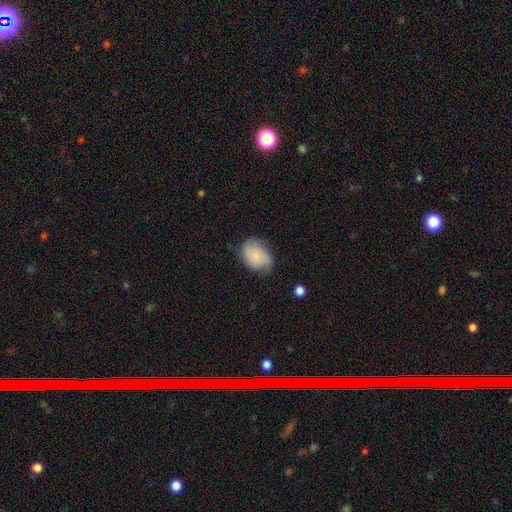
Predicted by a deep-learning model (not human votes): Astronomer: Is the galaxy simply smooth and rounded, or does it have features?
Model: smooth — 64%.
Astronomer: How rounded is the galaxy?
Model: in between — 72%.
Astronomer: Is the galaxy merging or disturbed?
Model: none — 63%.